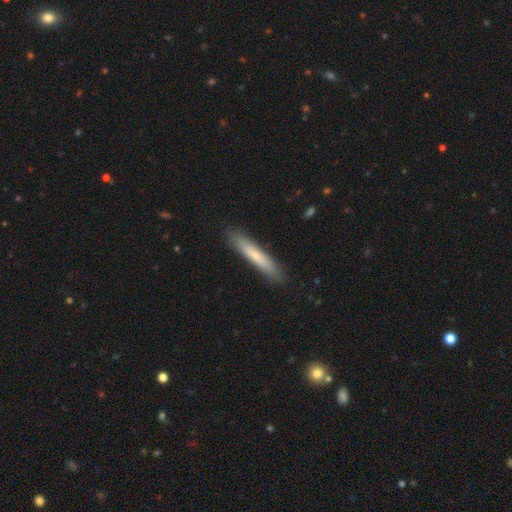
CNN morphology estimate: This appears to be a smooth galaxy with no disk features (69%) that is cigar-shaped (93%). Merging: none (88%).